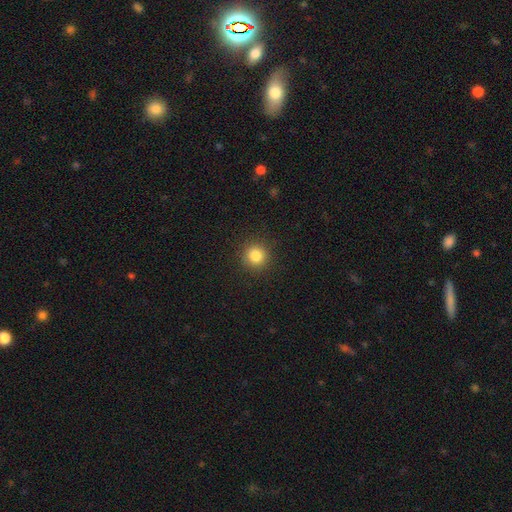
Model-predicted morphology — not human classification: smooth-or-featured: smooth: 84% | star or artifact: 11% | featured or disk: 5%
  how-rounded: round: 93% | in between: 6% | cigar-shaped: 1%
  merging: none: 91% | minor disturbance: 6% | major disturbance: 2% | merger: 1%